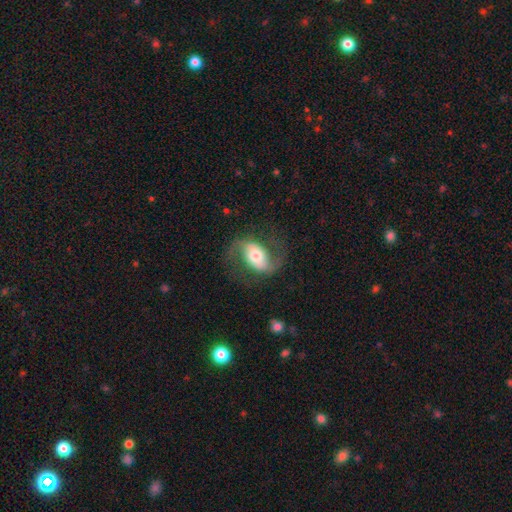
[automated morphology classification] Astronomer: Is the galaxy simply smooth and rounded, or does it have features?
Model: featured or disk — 77%.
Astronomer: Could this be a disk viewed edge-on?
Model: no — 96%.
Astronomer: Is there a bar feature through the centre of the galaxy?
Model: weak — 36% (runner-up: strong, 33%).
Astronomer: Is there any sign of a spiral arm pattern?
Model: yes — 92%.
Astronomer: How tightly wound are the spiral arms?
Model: loose — 48% (runner-up: medium, 43%).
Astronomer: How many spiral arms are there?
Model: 2 — 92%.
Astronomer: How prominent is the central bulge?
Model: moderate — 58%.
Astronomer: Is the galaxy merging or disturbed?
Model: none — 71%.